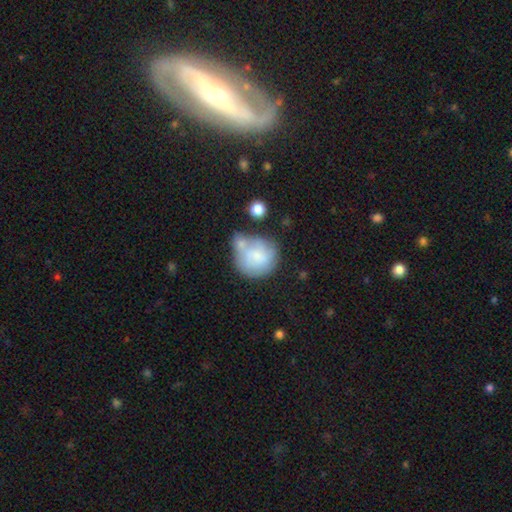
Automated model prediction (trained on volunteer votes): Overall: smooth (69%). How rounded: round (85%). Merging: none (35%; merger 34%).